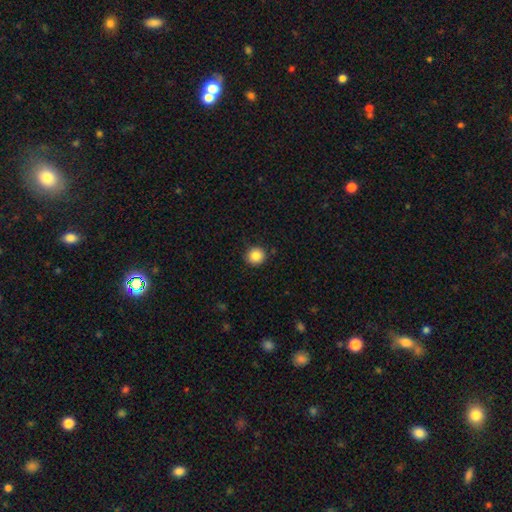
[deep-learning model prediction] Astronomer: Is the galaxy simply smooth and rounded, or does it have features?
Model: smooth — 86%.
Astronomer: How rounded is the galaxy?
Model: round — 93%.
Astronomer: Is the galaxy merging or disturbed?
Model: none — 90%.